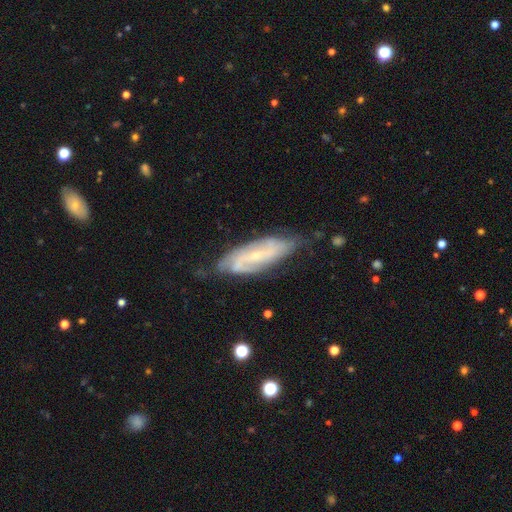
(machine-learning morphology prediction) Q: Smooth or featured?
A: featured or disk (81%); runner-up: smooth (12%)
Q: Edge-on disk?
A: no (88%); runner-up: yes (12%)
Q: Bar?
A: no (43%); runner-up: weak (38%)
Q: Spiral arms?
A: yes (94%); runner-up: no (6%)
Q: Spiral winding?
A: tight (43%); runner-up: medium (41%)
Q: Spiral arm count?
A: 2 (56%); runner-up: can't tell (23%)
Q: Bulge size?
A: small (74%); runner-up: moderate (22%)
Q: Merging?
A: none (67%); runner-up: minor disturbance (25%)